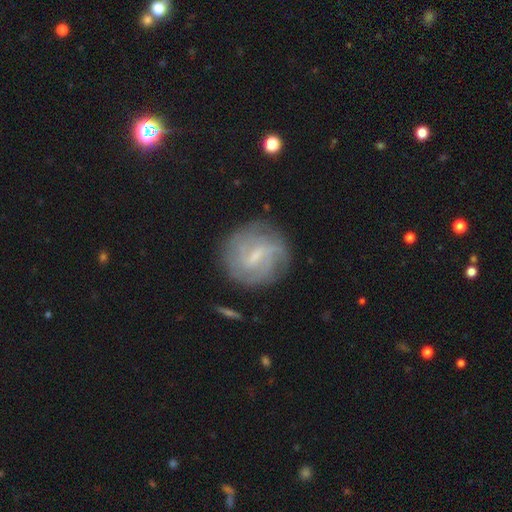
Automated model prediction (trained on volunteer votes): This is likely a featured or disk galaxy (71%). It is clearly not viewed edge-on (97%). Bar: likely weak (61%). Spiral arm pattern: clearly yes (84%). Spiral arm count: possibly can't tell (45%). Spiral winding: possibly tight (53%). Central bulge: possibly small (50%). Merging: likely none (77%).